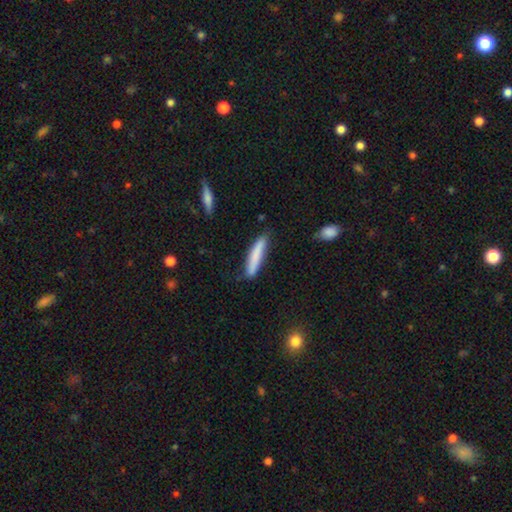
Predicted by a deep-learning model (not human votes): Morphology: type=smooth (79%); roundness=cigar-shaped (90%); merging=none (81%).